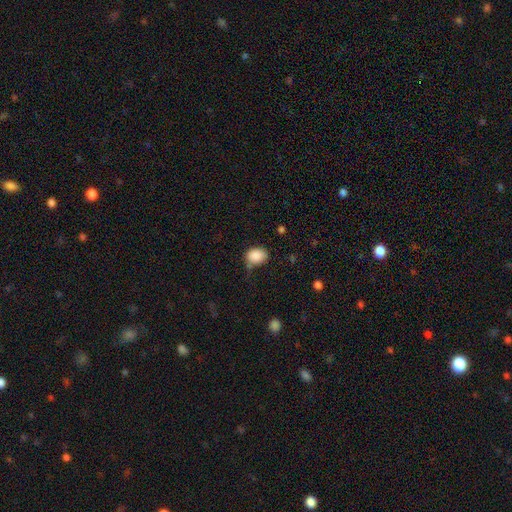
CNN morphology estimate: The model was most divided on "merging": none: 56%, minor disturbance: 30%, major disturbance: 10%, merger: 4%. More confident: smooth or featured — smooth (87%); how rounded — in between (64%).